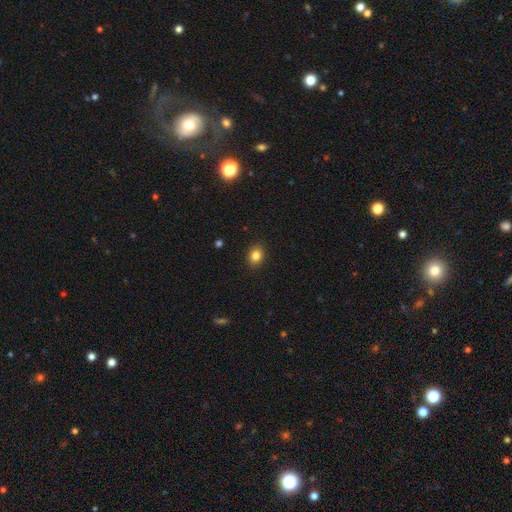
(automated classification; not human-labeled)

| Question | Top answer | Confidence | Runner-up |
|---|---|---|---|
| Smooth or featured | smooth | 83% | star or artifact (11%) |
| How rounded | round | 54% | in between (45%) |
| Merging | none | 90% | minor disturbance (7%) |